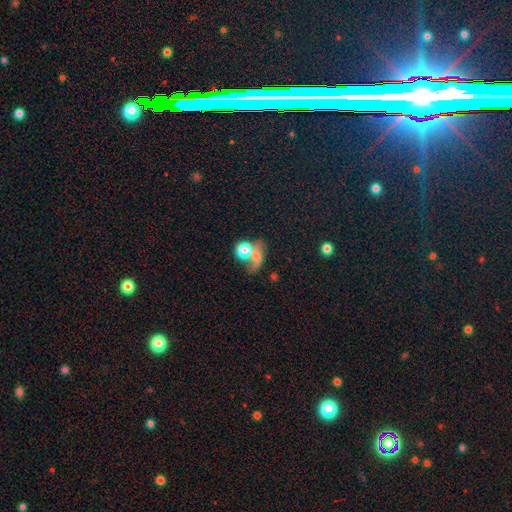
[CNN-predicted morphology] This appears to be a smooth galaxy with no disk features (50%) that is round (51%). Merging: merger (53%).